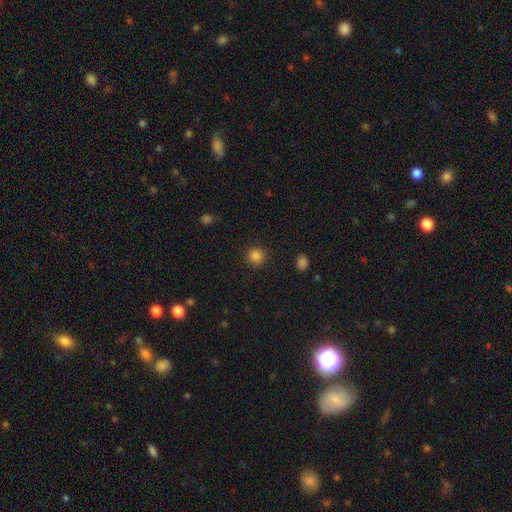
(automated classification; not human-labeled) smooth 85%, star or artifact 12%, featured or disk 3%. Down the decision tree: how rounded — round (93%); merging — none (89%).